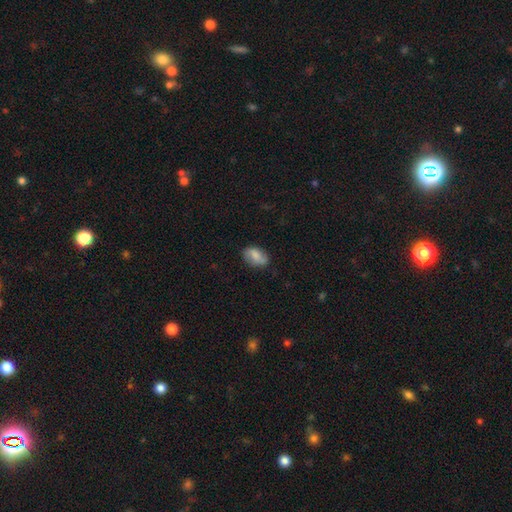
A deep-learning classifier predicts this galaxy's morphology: type=smooth (73%); roundness=in between (89%); merging=none (74%).